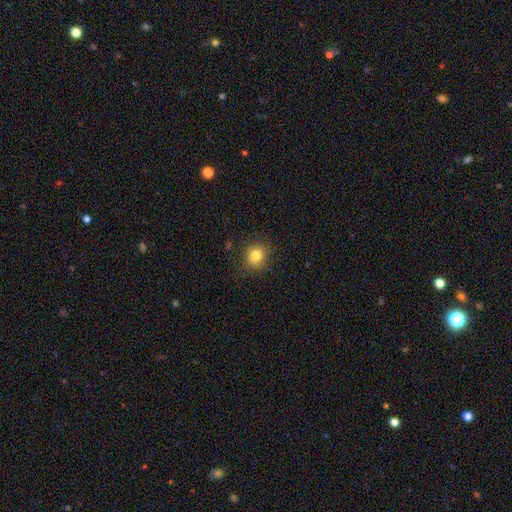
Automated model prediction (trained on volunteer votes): smooth_or_featured: smooth (p=0.81) [alt: star or artifact p=0.12]
how_rounded: round (p=0.83) [alt: in between p=0.16]
merging: none (p=0.85) [alt: minor disturbance p=0.10]